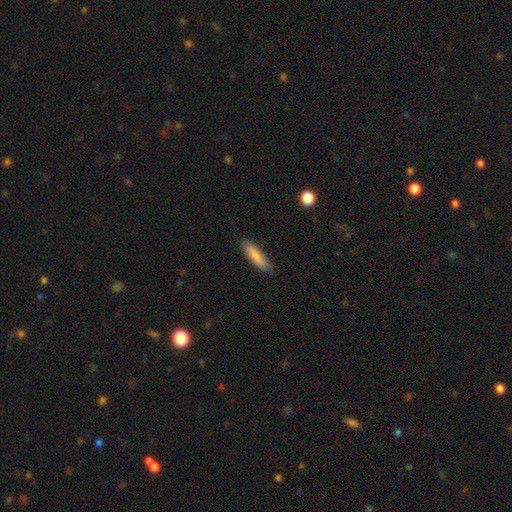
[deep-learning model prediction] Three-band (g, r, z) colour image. It shows a smooth galaxy with no disk features (86%) that is cigar-shaped (71%). Merging: none (87%).